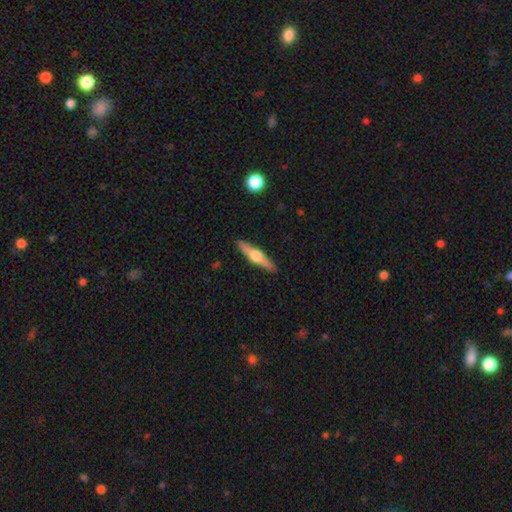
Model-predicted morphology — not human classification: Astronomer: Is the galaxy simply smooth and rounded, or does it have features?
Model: featured or disk — 68%.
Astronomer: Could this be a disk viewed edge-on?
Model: yes — 97%.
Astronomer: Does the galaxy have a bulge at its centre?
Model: rounded — 95%.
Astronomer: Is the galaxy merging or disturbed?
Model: none — 91%.